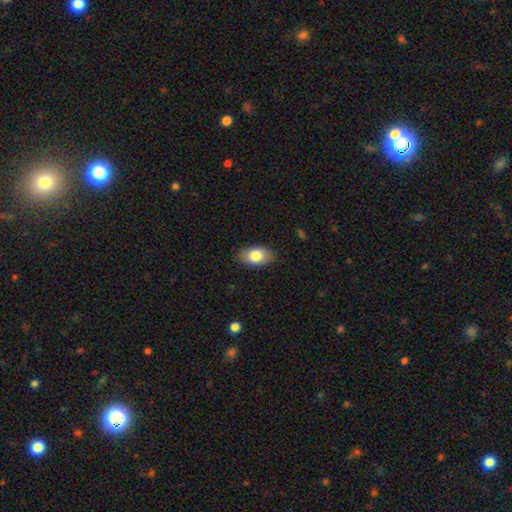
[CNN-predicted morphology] A smooth galaxy with no disk features (80%) that is in between round and cigar-shaped (91%).

Vote fractions:
- Smooth or featured? smooth: 80% / featured or disk: 13% / star or artifact: 7%
- How rounded? in between: 91% / round: 8% / cigar-shaped: 2%
- Merging? none: 85% / minor disturbance: 11% / major disturbance: 2% / merger: 1%